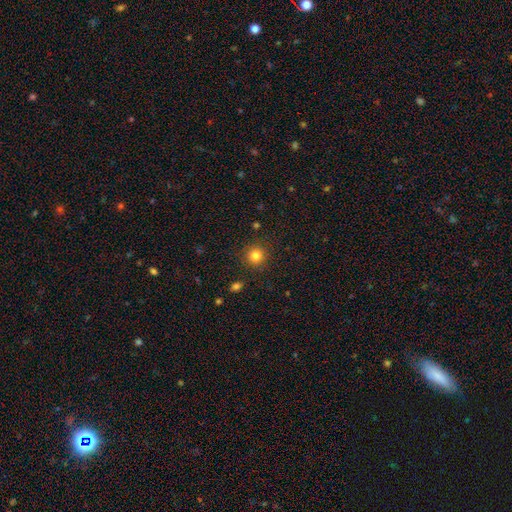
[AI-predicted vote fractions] Smooth or featured? smooth (82%)
How rounded? round (93%)
Merging? none (90%)